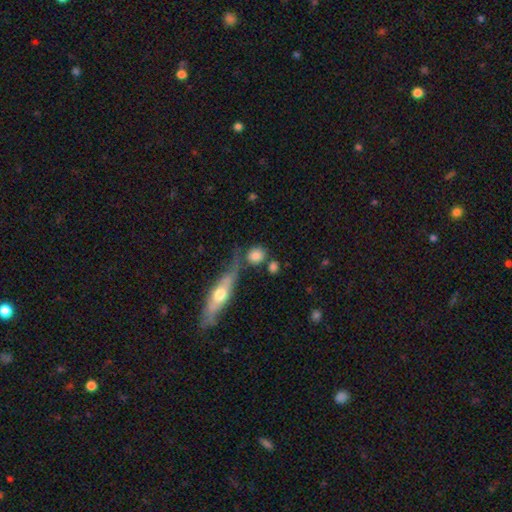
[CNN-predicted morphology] The model was most divided on "merging": none: 59%, merger: 21%, minor disturbance: 13%, major disturbance: 7%. More confident: smooth or featured — smooth (80%); how rounded — round (73%).